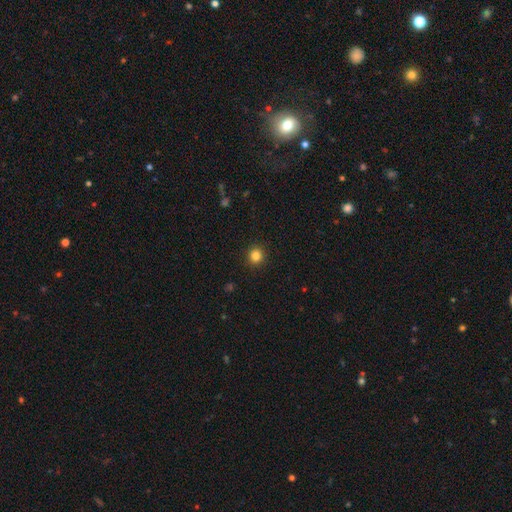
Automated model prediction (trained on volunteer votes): smooth_or_featured: smooth (p=0.84) [alt: star or artifact p=0.12]
how_rounded: round (p=0.92) [alt: in between p=0.07]
merging: none (p=0.92) [alt: minor disturbance p=0.05]